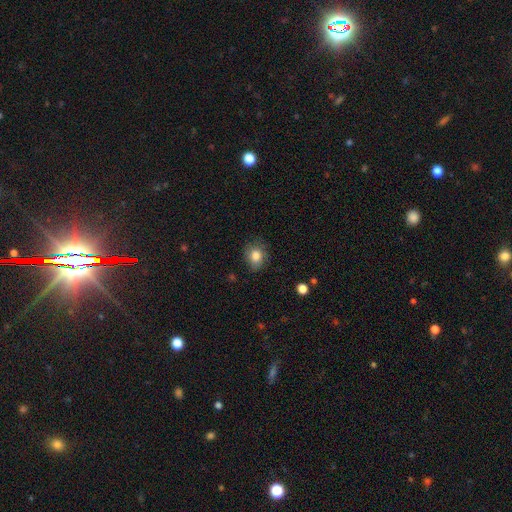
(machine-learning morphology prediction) type=smooth (82%); roundness=round (58%); merging=none (75%).